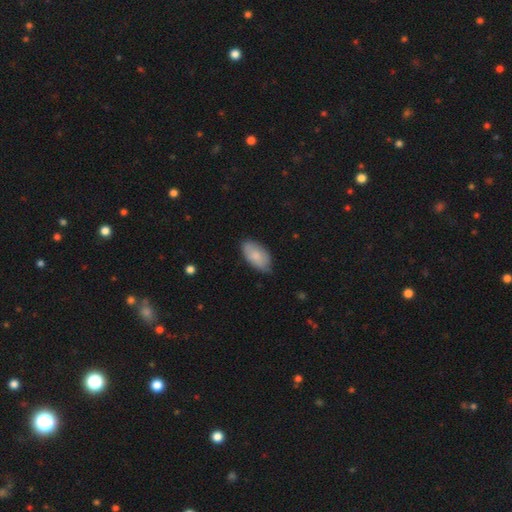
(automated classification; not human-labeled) Overall: smooth (81%). How rounded: in between (95%). Merging: none (72%).